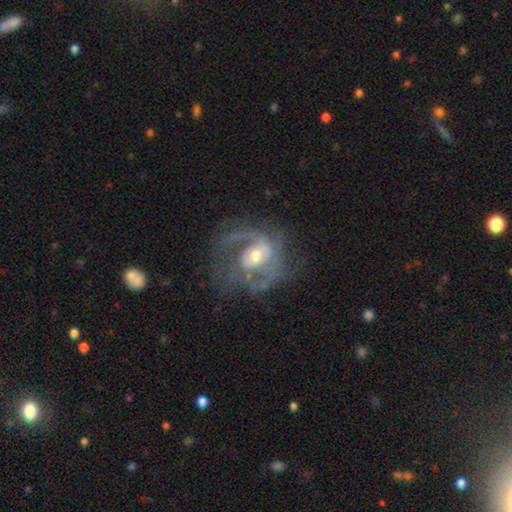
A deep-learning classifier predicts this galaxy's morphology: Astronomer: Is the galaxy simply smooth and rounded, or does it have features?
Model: featured or disk — 84%.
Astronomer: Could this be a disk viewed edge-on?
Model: no — 97%.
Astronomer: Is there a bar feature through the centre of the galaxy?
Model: no — 48% (runner-up: weak, 38%).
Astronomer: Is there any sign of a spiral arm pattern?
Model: yes — 89%.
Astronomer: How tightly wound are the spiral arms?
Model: medium — 48% (runner-up: tight, 30%).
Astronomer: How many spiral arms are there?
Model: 2 — 56%.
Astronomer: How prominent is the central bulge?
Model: moderate — 62%.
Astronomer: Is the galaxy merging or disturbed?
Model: none — 54%.